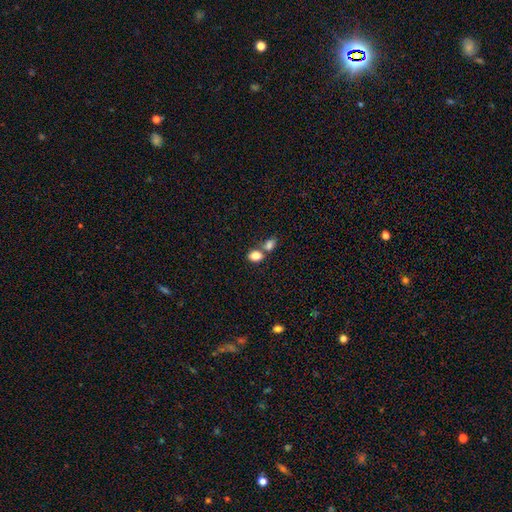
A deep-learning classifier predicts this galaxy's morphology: smooth-or-featured: smooth: 84% | star or artifact: 9% | featured or disk: 7%
  how-rounded: in between: 66% | round: 33% | cigar-shaped: 1%
  merging: none: 46% | merger: 40% | minor disturbance: 10% | major disturbance: 4%